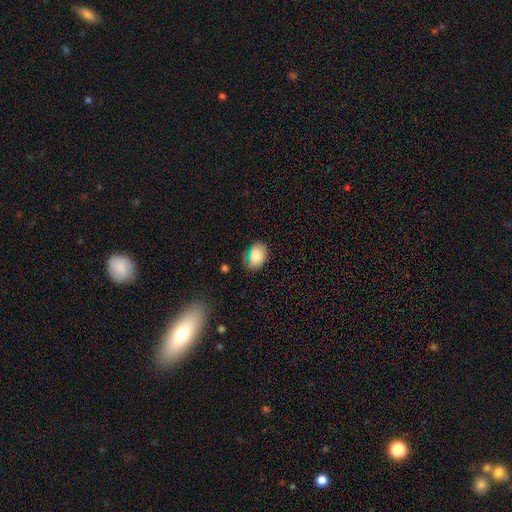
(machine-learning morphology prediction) A smooth galaxy with no disk features (79%) that is in between round and cigar-shaped (75%). Merging: none (70%).